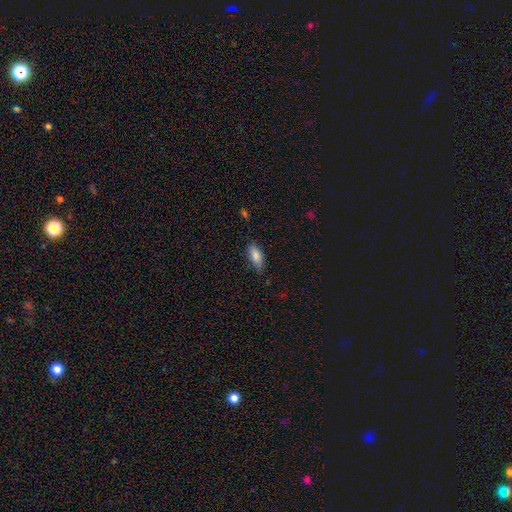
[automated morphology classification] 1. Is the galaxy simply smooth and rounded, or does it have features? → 84% smooth, 9% featured or disk, 7% star or artifact.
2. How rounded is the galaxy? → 81% in between, 17% cigar-shaped, 2% round.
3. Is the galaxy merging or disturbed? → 78% none, 18% minor disturbance, 3% major disturbance, 1% merger.